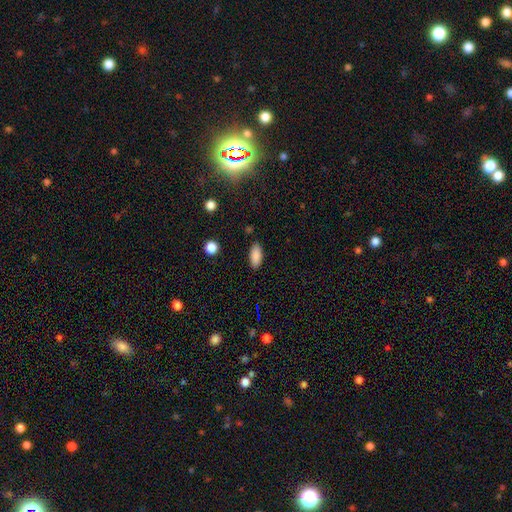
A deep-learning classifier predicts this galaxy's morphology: Smooth or featured? Predicted: smooth (p=0.87). How rounded? Predicted: in between (p=0.86). Merging? Predicted: none (p=0.87).